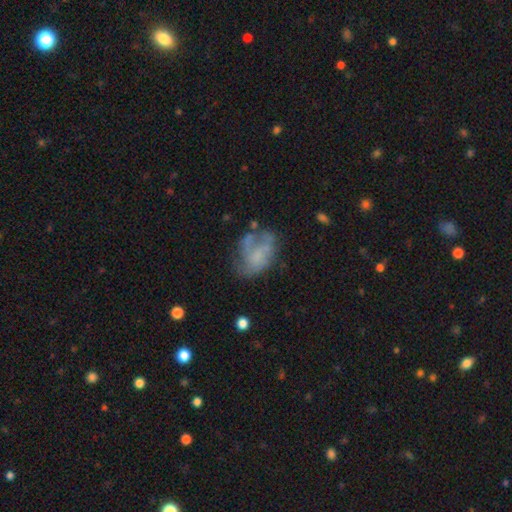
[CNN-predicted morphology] Smooth or featured? Predicted: featured or disk (p=0.52). Edge-on disk? Predicted: no (p=0.98). Bar? Predicted: no (p=0.78). Spiral arms? Predicted: no (p=0.60). Bulge size? Predicted: none (p=0.64). Merging? Predicted: none (p=0.39).